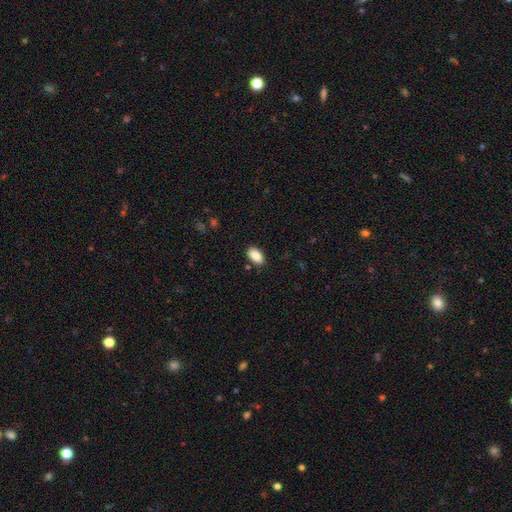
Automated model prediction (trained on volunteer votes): smooth-or-featured: smooth: 86% | star or artifact: 7% | featured or disk: 6%
  how-rounded: in between: 93% | round: 5% | cigar-shaped: 2%
  merging: none: 84% | minor disturbance: 12% | major disturbance: 2% | merger: 2%